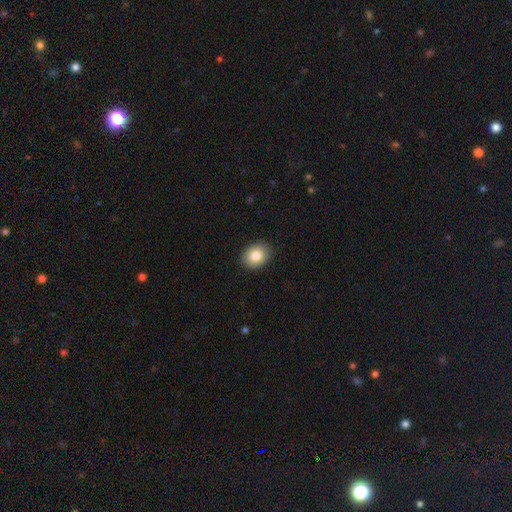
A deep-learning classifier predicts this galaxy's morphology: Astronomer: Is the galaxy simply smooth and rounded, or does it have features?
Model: smooth — 85%.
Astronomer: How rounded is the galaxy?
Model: in between — 58% (runner-up: round, 41%).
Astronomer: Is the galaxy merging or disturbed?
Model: none — 89%.